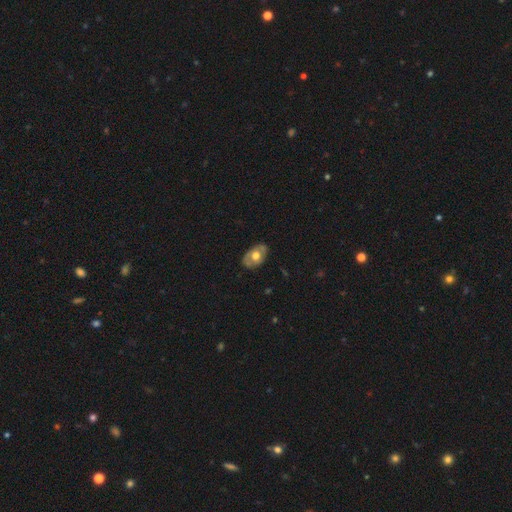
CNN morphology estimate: The model was most divided on "smooth or featured": smooth: 49%, featured or disk: 45%, star or artifact: 6%. More confident: merging — none (76%).